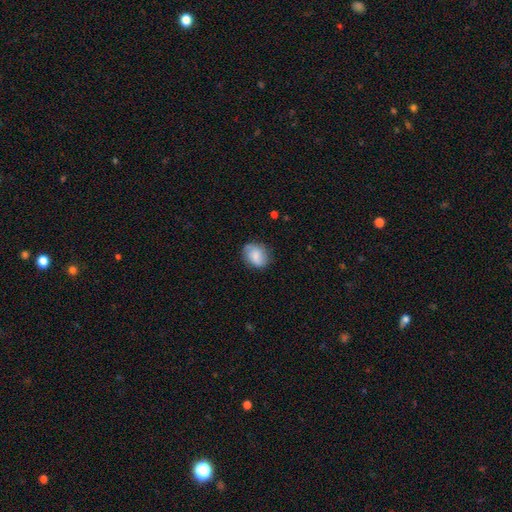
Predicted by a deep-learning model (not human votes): Overall: smooth (74%). How rounded: in between (53%; round 46%). Merging: none (76%).